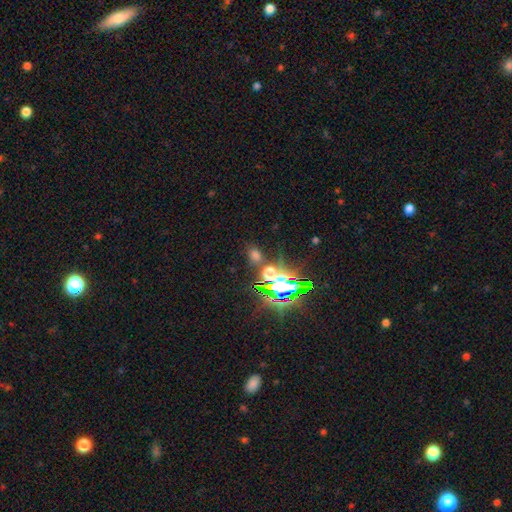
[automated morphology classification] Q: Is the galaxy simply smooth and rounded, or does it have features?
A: star or artifact — 48%.